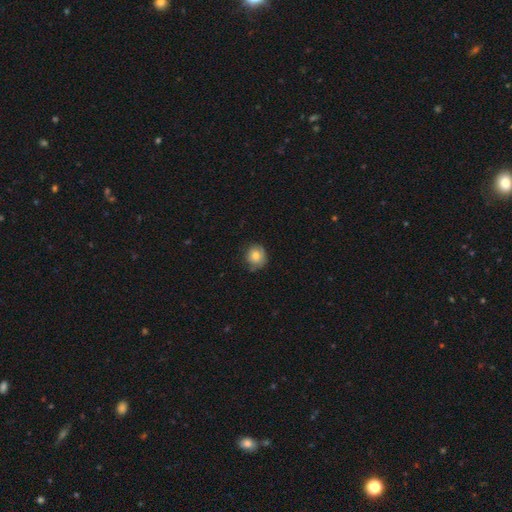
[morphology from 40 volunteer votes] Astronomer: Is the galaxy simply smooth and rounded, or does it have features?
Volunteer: smooth — 68%.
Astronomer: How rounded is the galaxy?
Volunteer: round — 81%.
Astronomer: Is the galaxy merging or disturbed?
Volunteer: none — 59% (runner-up: minor disturbance, 35%).